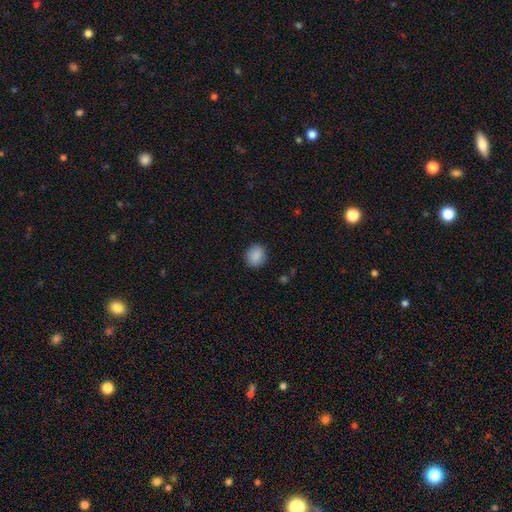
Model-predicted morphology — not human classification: The model was most divided on "how rounded": round: 68%, in between: 31%, cigar-shaped: 1%. More confident: smooth or featured — smooth (88%); merging — none (87%).